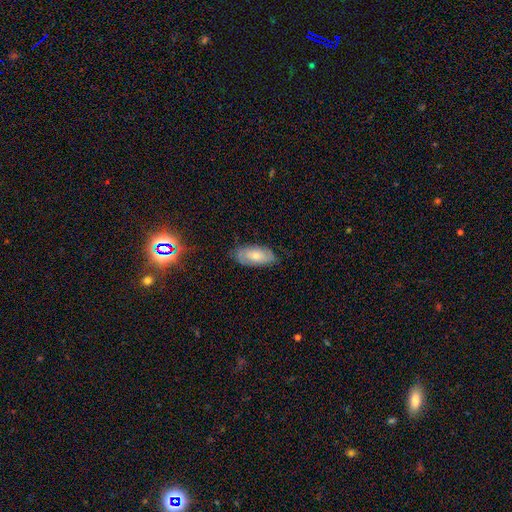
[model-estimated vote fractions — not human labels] Smooth or featured? smooth (56%)
How rounded? in between (91%)
Merging? none (74%)